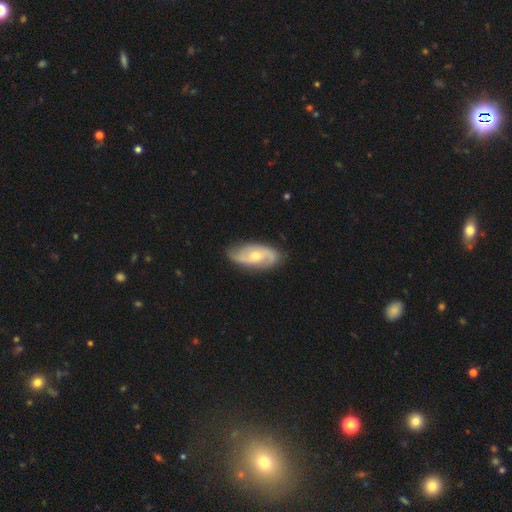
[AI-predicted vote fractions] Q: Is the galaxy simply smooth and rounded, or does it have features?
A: featured or disk — 77%.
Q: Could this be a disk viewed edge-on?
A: no — 94%.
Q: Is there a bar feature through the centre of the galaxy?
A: no — 57%.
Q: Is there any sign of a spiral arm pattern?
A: yes — 92%.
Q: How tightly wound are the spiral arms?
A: medium — 43%.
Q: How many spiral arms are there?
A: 2 — 83%.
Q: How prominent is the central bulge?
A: moderate — 49%.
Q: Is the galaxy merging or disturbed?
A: none — 80%.